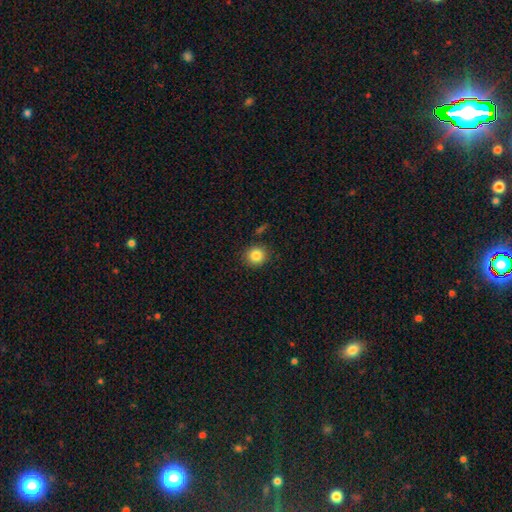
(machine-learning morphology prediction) This appears to be a smooth galaxy with no disk features (85%) that is round (88%). Merging: none (88%).